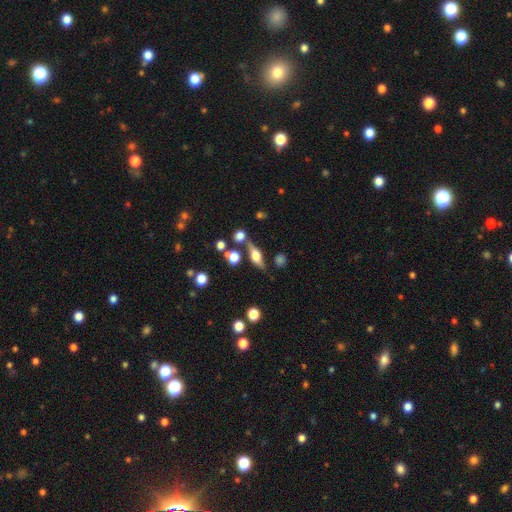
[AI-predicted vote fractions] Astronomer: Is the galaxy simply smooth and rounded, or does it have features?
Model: featured or disk — 55% (runner-up: smooth, 35%).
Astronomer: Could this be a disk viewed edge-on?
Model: yes — 89%.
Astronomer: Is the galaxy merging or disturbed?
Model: none — 73%.